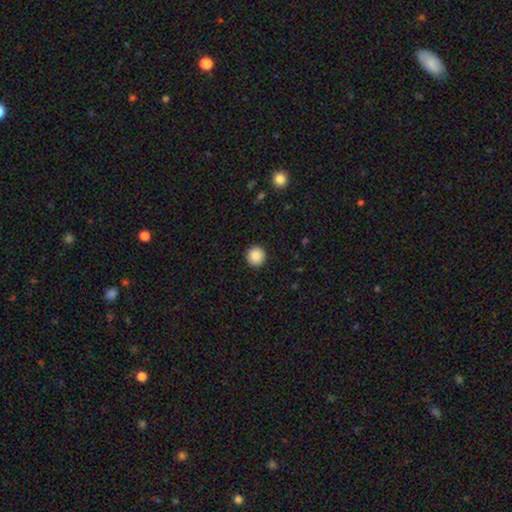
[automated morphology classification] smooth 88%, star or artifact 9%, featured or disk 3%. Down the decision tree: how rounded — round (95%); merging — none (92%).